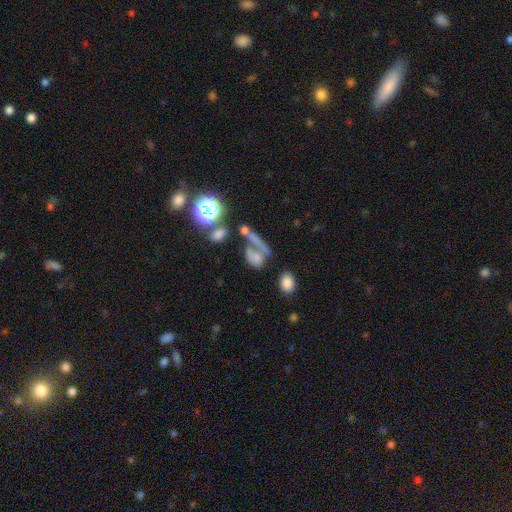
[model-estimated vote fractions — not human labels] smooth_or_featured: smooth (p=0.53) [alt: featured or disk p=0.29]
how_rounded: in between (p=0.61) [alt: round p=0.30]
merging: merger (p=0.38) [alt: major disturbance p=0.26]